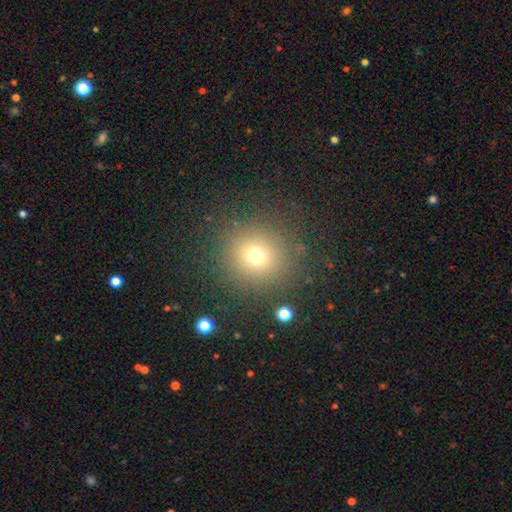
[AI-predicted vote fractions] Overall: smooth (70%). How rounded: round (91%). Merging: none (86%).